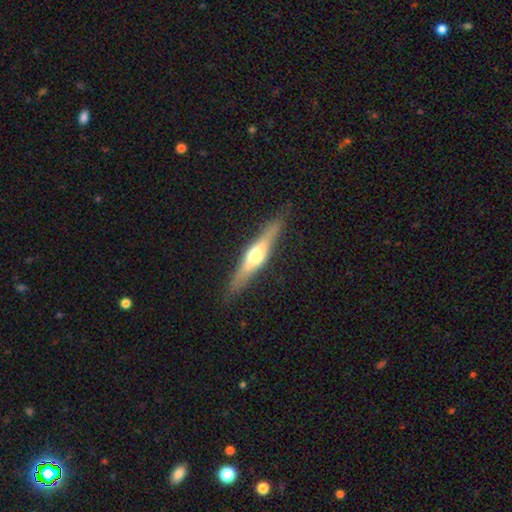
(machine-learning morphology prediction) Overall: featured or disk (66%; smooth 28%). Edge-on disk: yes (94%). Edge-on bulge: rounded (91%). Merging: none (86%).